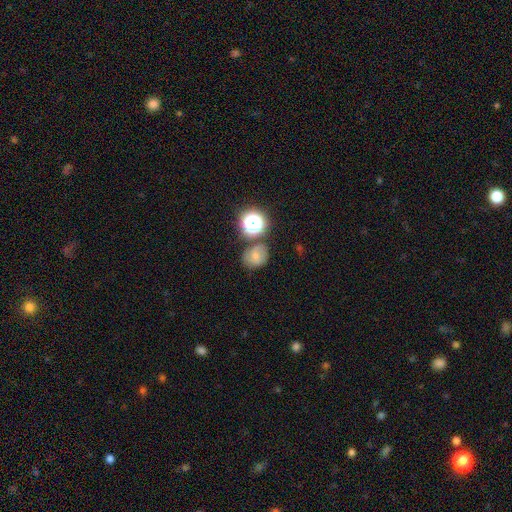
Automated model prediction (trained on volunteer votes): smooth_or_featured: smooth (p=0.62) [alt: featured or disk p=0.19]
how_rounded: round (p=0.62) [alt: in between p=0.37]
merging: none (p=0.66) [alt: minor disturbance p=0.16]